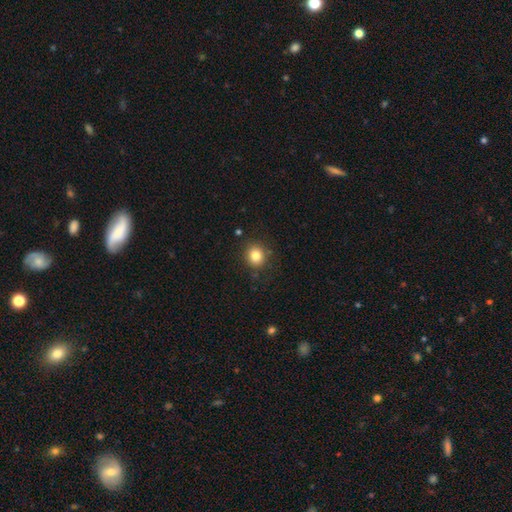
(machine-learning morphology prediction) This appears to be a smooth galaxy with no disk features (83%) that is round (83%). Merging: none (85%).